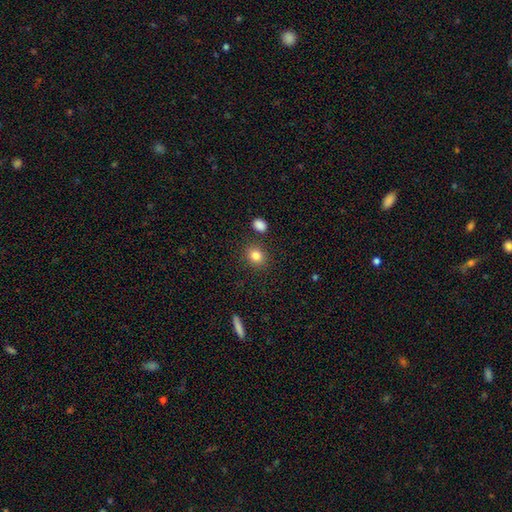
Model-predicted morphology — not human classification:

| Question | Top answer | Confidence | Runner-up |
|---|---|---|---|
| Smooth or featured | smooth | 83% | star or artifact (11%) |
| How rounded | round | 69% | in between (30%) |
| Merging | none | 85% | minor disturbance (8%) |